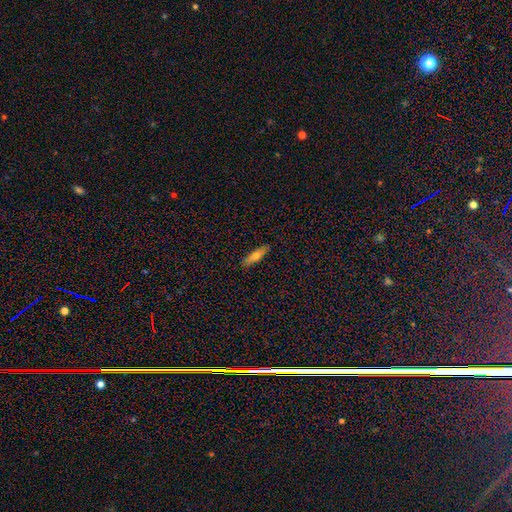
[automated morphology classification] type=smooth (65%); roundness=cigar-shaped (64%); merging=none (89%).